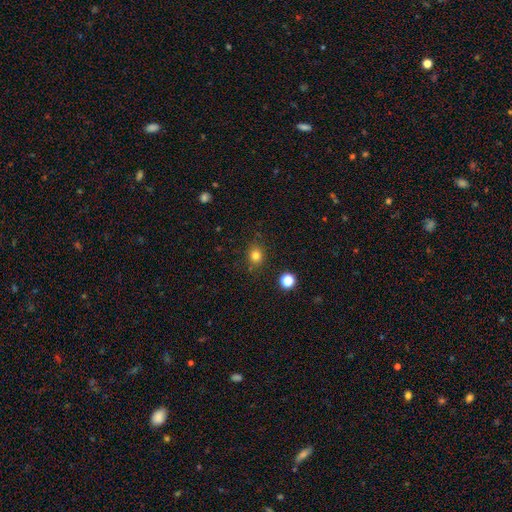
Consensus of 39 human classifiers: Smooth or featured? smooth (95%)
How rounded? round (62%)
Merging? none (92%)